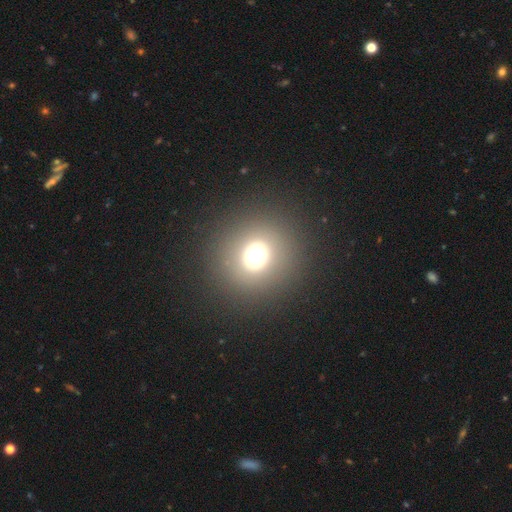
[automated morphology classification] Smooth or featured?
  - smooth: 69% *
  - star or artifact: 19%
  - featured or disk: 12%
How rounded?
  - round: 90% *
  - in between: 9%
  - cigar-shaped: 1%
Merging?
  - none: 89% *
  - minor disturbance: 6%
  - major disturbance: 4%
  - merger: 1%